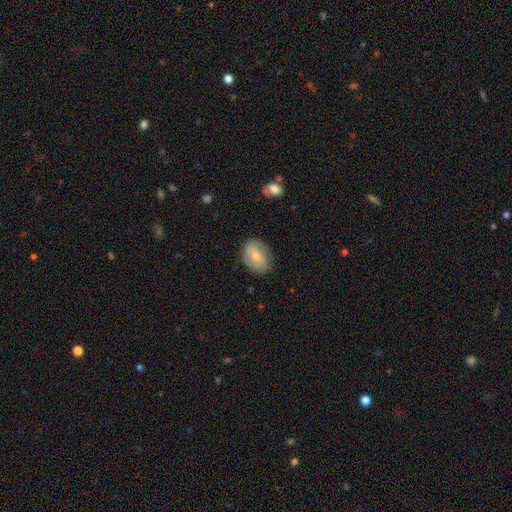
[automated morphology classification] The model was most divided on "smooth or featured": smooth: 62%, featured or disk: 31%, star or artifact: 7%. More confident: merging — none (78%); how rounded — in between (71%).